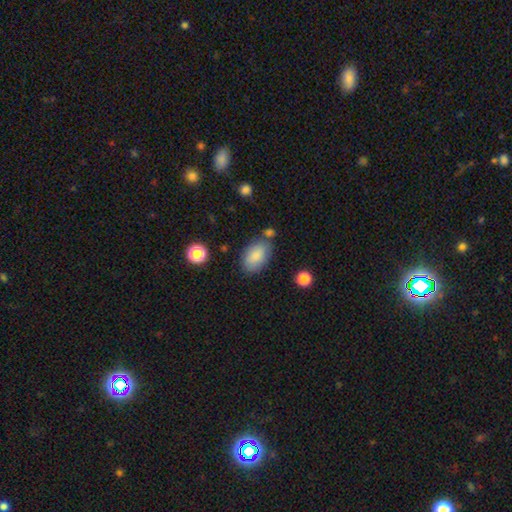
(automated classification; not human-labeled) This is clearly a smooth galaxy (85%). How rounded: clearly in between (92%). Merging: likely none (72%).